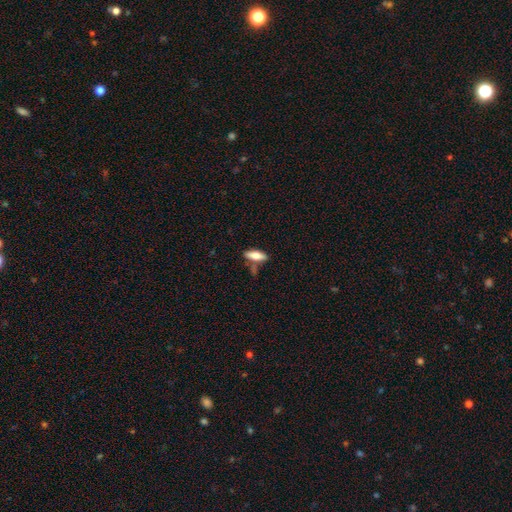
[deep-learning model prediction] This is likely a smooth galaxy (75%). How rounded: likely in between (61%). Merging: likely none (66%).